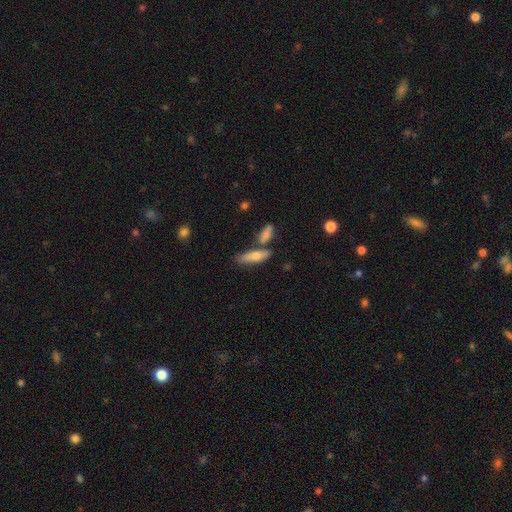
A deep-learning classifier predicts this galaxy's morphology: Smooth or featured: smooth — 64% (featured or disk — 29%)
How rounded: cigar-shaped — 57% (in between — 40%)
Merging: none — 62% (merger — 19%)